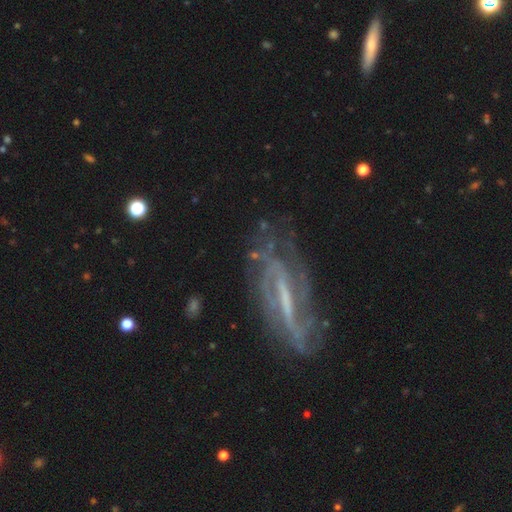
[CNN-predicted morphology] Smooth or featured?
  - featured or disk: 84% *
  - smooth: 9%
  - star or artifact: 7%
Edge-on disk?
  - no: 84% *
  - yes: 16%
Bar?
  - strong: 60% *
  - weak: 27%
  - no: 13%
Spiral arms?
  - yes: 87% *
  - no: 13%
Spiral winding?
  - medium: 43% *
  - tight: 36%
  - loose: 21%
Spiral arm count?
  - 2: 54% *
  - can't tell: 25%
  - 3: 8%
  - 1: 5%
  - 4: 4%
  - more than 4: 4%
Bulge size?
  - none: 35% * (tied)
  - small: 35% * (tied)
  - moderate: 24%
  - large: 4%
  - dominant: 2%
Merging?
  - none: 62% *
  - minor disturbance: 20%
  - major disturbance: 15%
  - merger: 4%